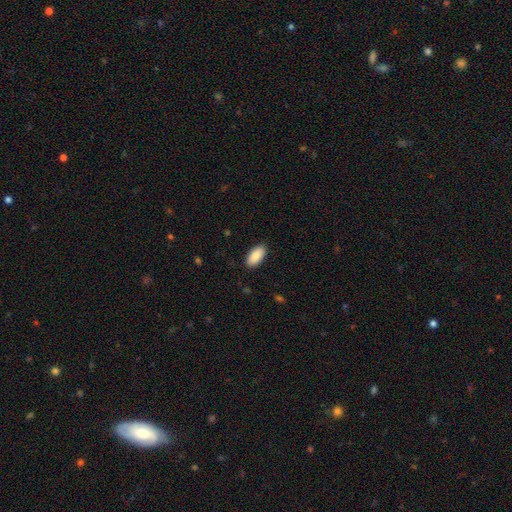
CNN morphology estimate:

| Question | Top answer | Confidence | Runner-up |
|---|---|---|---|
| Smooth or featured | smooth | 89% | star or artifact (6%) |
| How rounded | in between | 93% | cigar-shaped (5%) |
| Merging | none | 89% | minor disturbance (8%) |